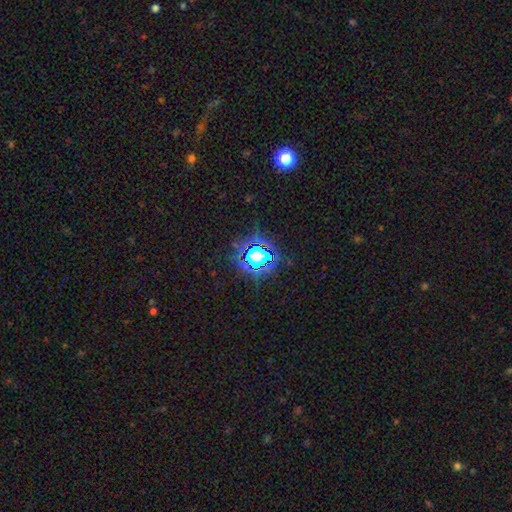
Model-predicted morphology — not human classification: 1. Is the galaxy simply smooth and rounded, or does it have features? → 64% star or artifact, 24% smooth, 12% featured or disk.